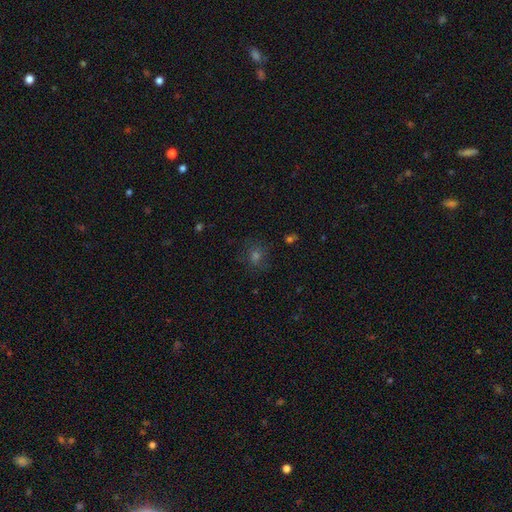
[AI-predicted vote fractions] Smooth or featured: smooth — 51% (star or artifact — 35%)
How rounded: round — 81% (in between — 17%)
Merging: none — 81% (minor disturbance — 12%)